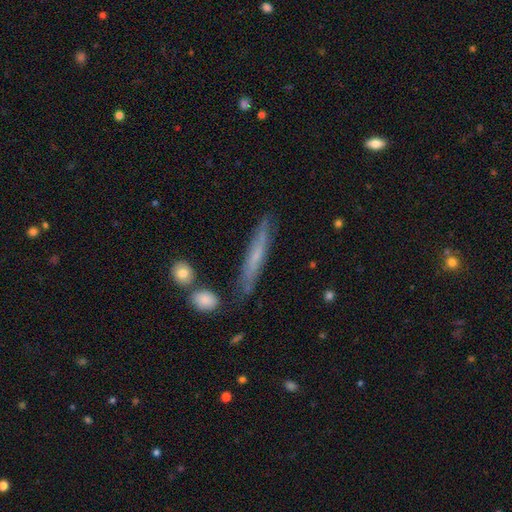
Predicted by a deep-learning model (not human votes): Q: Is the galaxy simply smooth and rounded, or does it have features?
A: smooth — 48%.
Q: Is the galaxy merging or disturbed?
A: none — 79%.